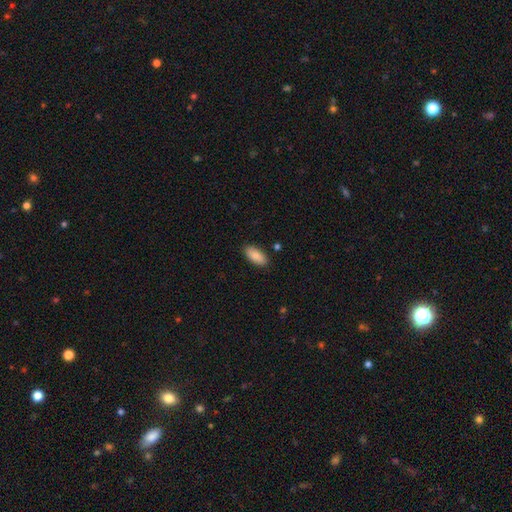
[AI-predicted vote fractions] Smooth or featured? Predicted: smooth (p=0.88). How rounded? Predicted: in between (p=0.90). Merging? Predicted: none (p=0.87).